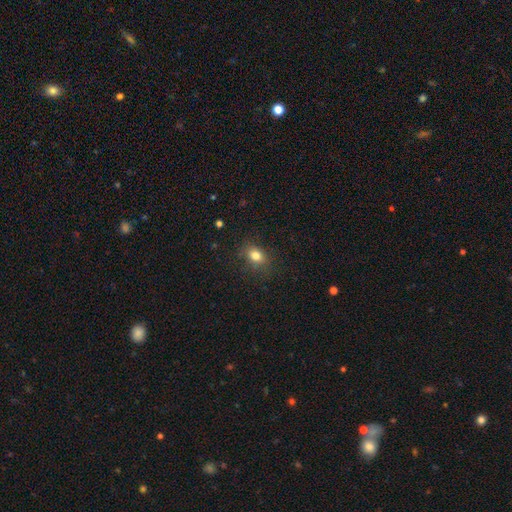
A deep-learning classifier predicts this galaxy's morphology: This appears to be a smooth galaxy with no disk features (81%) that is in between round and cigar-shaped (62%). Merging: none (82%).